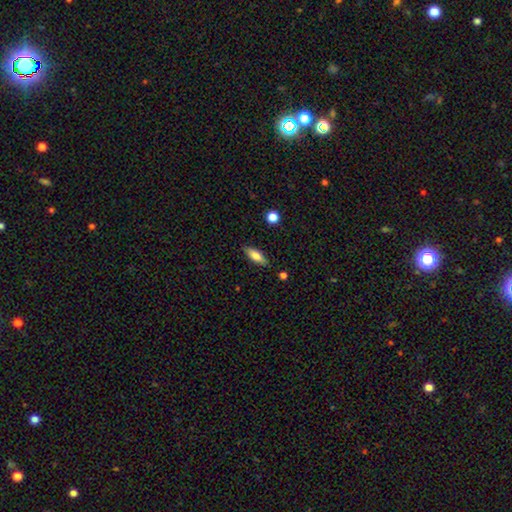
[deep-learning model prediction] This appears to be a smooth galaxy with no disk features (70%) that is in between round and cigar-shaped (62%). Merging: none (86%).